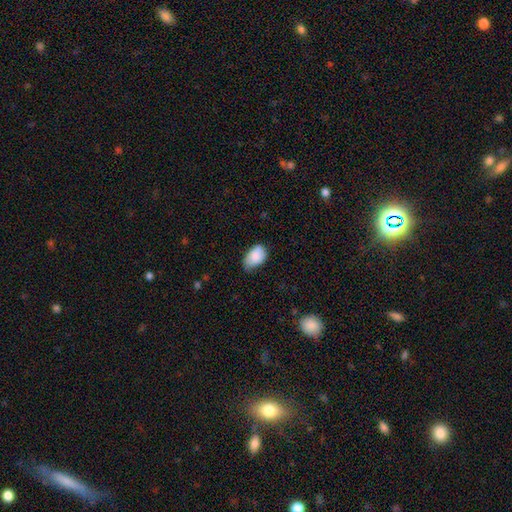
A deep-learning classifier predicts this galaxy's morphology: type=smooth (86%); roundness=in between (89%); merging=minor disturbance (45%).